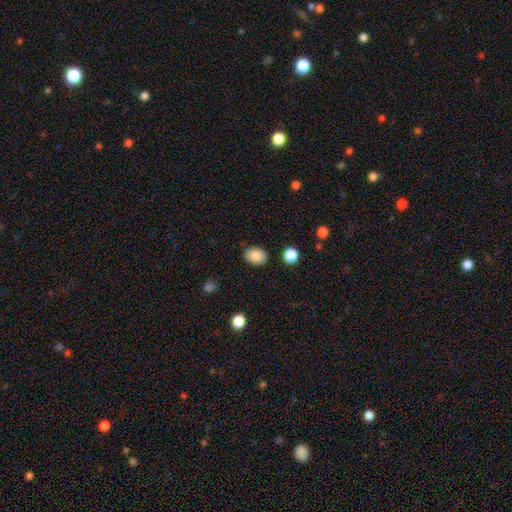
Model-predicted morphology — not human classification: A smooth galaxy with no disk features (87%) that is in between round and cigar-shaped (65%). Merging: none (87%).